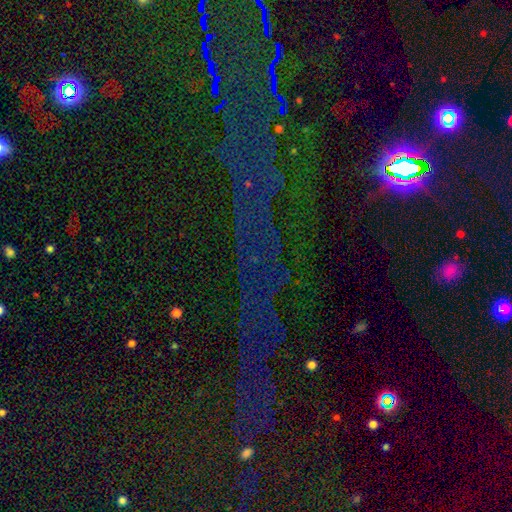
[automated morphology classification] Q: Smooth or featured?
A: star or artifact (77%); runner-up: featured or disk (12%)